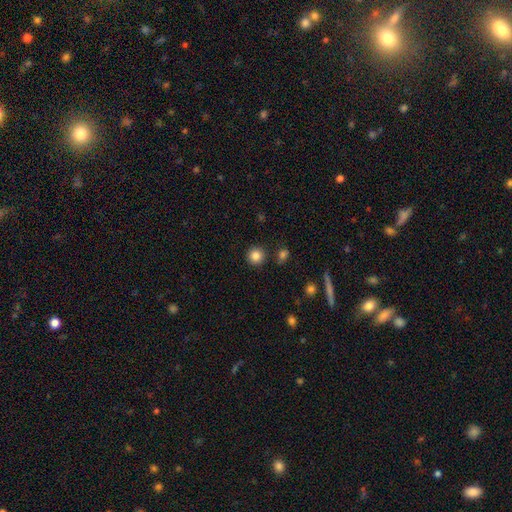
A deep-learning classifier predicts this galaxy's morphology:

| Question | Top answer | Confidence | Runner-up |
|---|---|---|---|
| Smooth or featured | smooth | 85% | star or artifact (10%) |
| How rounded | round | 94% | in between (5%) |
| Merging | none | 89% | minor disturbance (6%) |